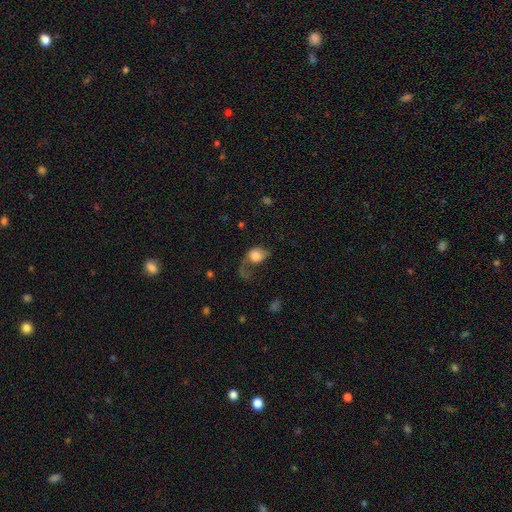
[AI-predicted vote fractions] This is likely a smooth galaxy (62%). How rounded: possibly round (51%). Merging: possibly major disturbance (60%).